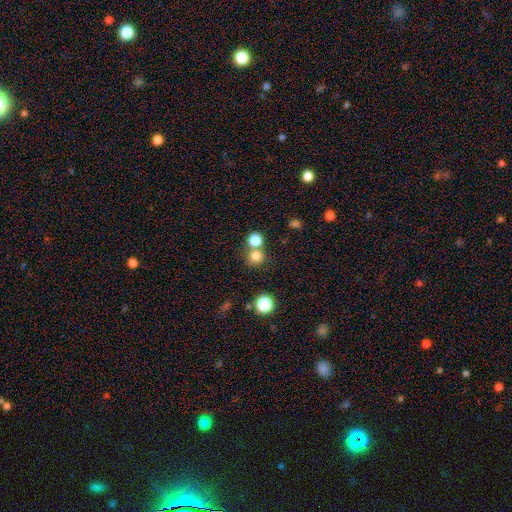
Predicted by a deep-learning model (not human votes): A smooth galaxy with no disk features (78%) that is round (91%).

Vote fractions:
- Smooth or featured? smooth: 78% / star or artifact: 16% / featured or disk: 7%
- How rounded? round: 91% / in between: 8% / cigar-shaped: 1%
- Merging? none: 62% / merger: 29% / minor disturbance: 6% / major disturbance: 3%